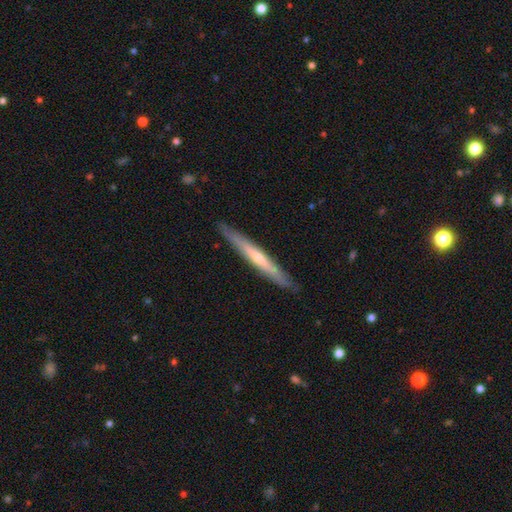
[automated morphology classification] featured or disk 60%, smooth 35%, star or artifact 5%. Down the decision tree: edge-on disk — yes (94%); edge-on bulge — rounded (55%); merging — none (89%).